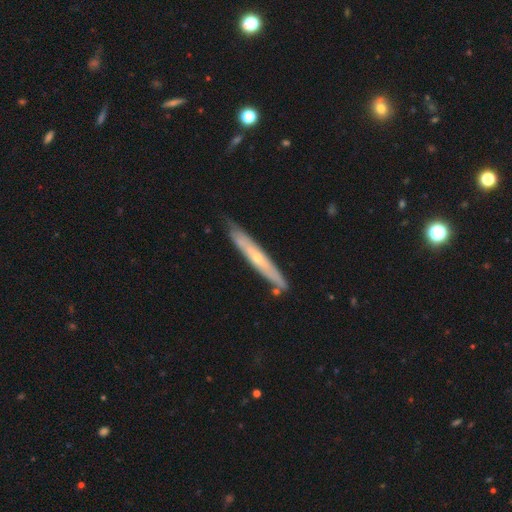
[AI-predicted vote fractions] This is likely a featured or disk galaxy (66%). It is clearly viewed edge-on (88%). Edge-on bulge: likely rounded (67%). Merging: clearly none (81%).